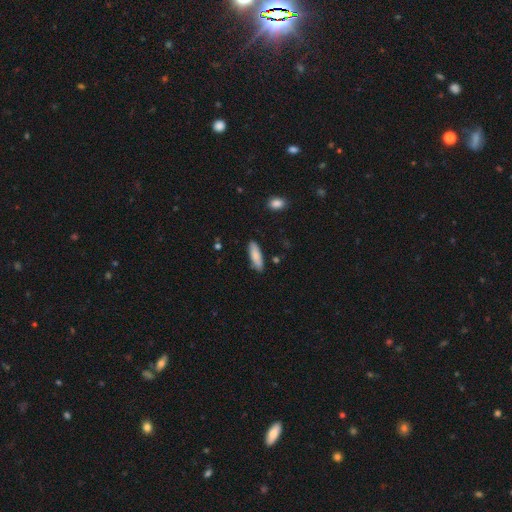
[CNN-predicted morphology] Smooth or featured?
  - smooth: 83% *
  - featured or disk: 11%
  - star or artifact: 6%
How rounded?
  - cigar-shaped: 54% *
  - in between: 44%
  - round: 2%
Merging?
  - none: 85% *
  - minor disturbance: 11%
  - major disturbance: 2%
  - merger: 2%